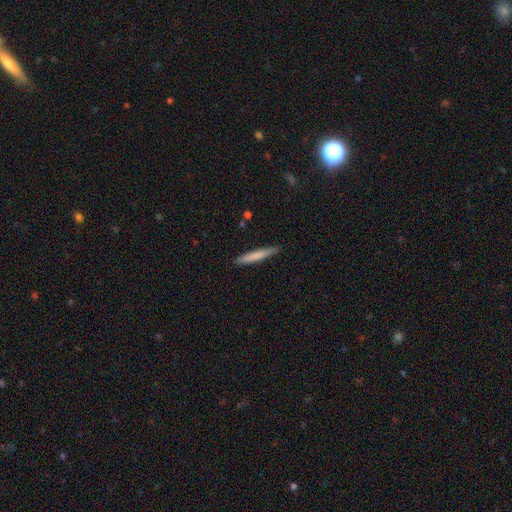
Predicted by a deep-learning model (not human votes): This is likely a smooth galaxy (74%). How rounded: clearly cigar-shaped (95%). Merging: clearly none (87%).